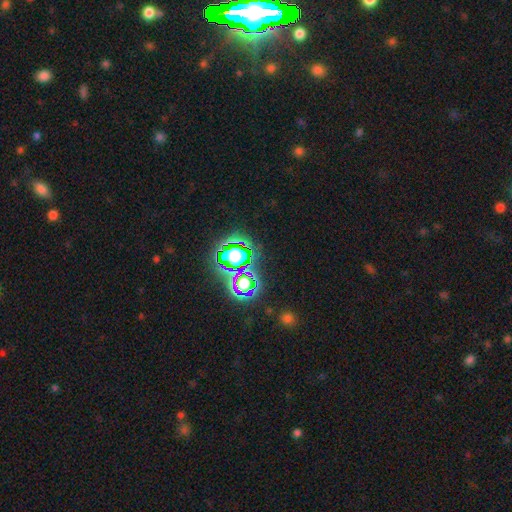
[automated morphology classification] This is clearly a star or artifact rather than a galaxy (81%).